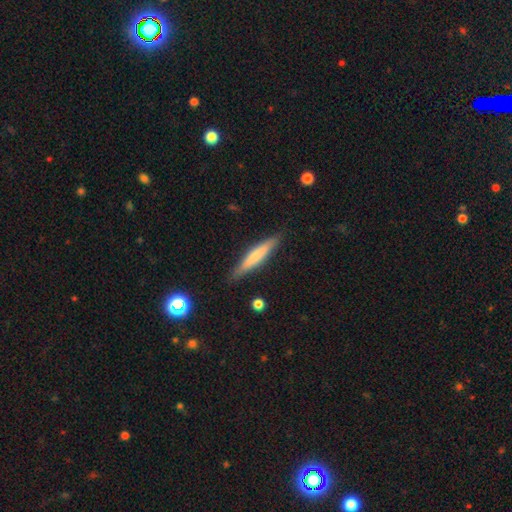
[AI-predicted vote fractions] Q: Smooth or featured?
A: smooth (48%); runner-up: featured or disk (45%)
Q: Merging?
A: none (88%); runner-up: minor disturbance (9%)